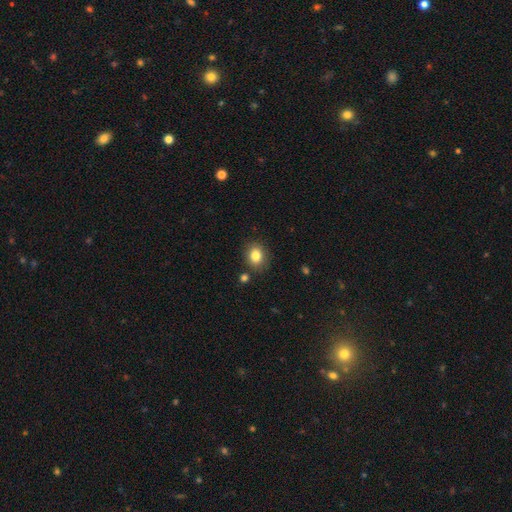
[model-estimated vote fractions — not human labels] This is clearly a smooth galaxy (83%). How rounded: possibly round (55%). Merging: clearly none (83%).